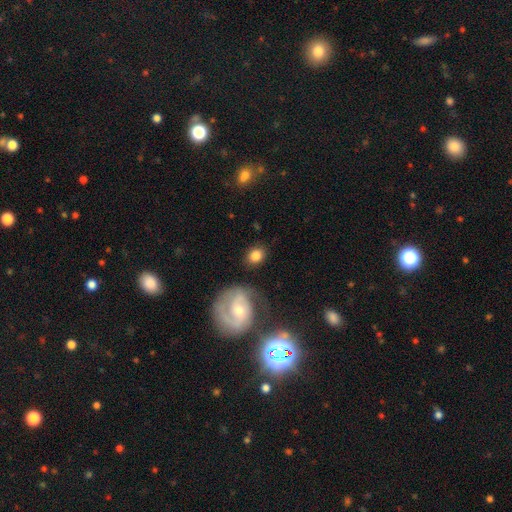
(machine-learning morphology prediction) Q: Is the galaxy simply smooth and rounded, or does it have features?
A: smooth — 79%.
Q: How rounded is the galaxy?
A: round — 58%.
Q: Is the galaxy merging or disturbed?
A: none — 79%.